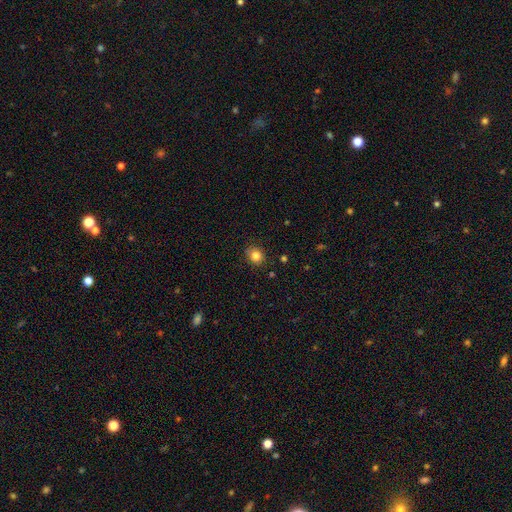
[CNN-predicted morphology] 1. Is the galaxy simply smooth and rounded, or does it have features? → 83% smooth, 11% star or artifact, 6% featured or disk.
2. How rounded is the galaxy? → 73% round, 26% in between, 1% cigar-shaped.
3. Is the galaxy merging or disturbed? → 86% none, 10% minor disturbance, 2% major disturbance, 1% merger.